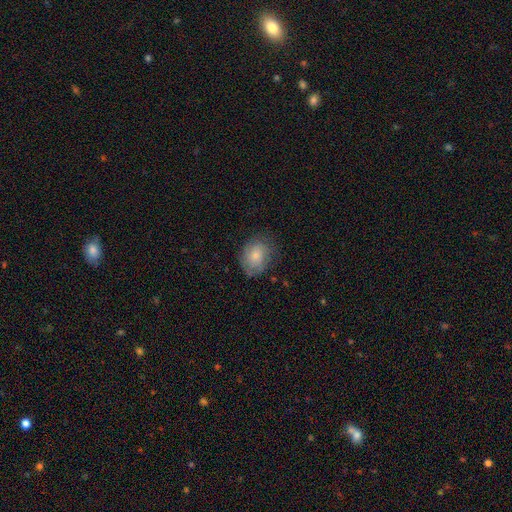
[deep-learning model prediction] A smooth galaxy with no disk features (71%) that is in between round and cigar-shaped (57%). Merging: none (67%).